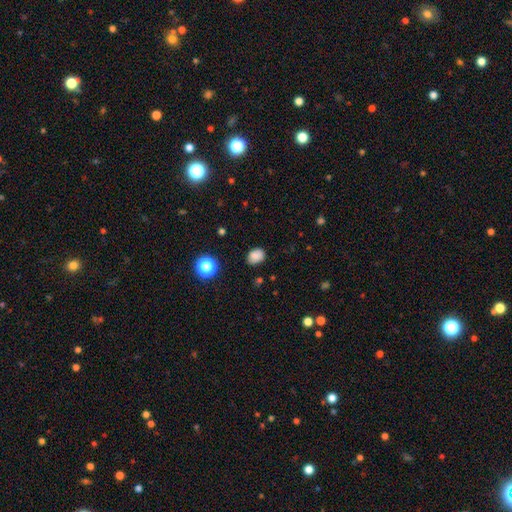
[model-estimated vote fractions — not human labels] This appears to be a smooth galaxy with no disk features (80%) that is in between round and cigar-shaped (59%). Merging: none (77%).